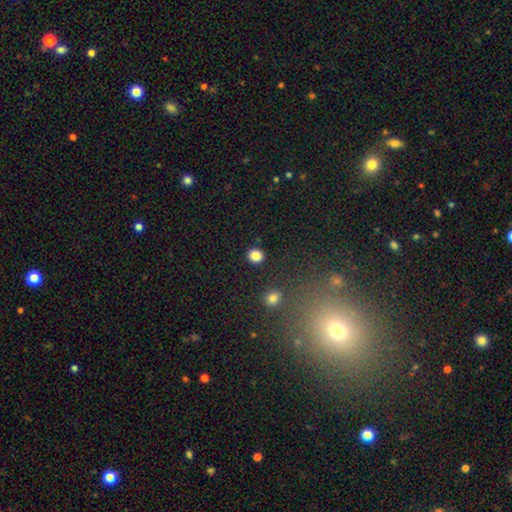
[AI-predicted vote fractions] This appears to be a smooth galaxy with no disk features (85%) that is round (88%). Merging: none (90%).